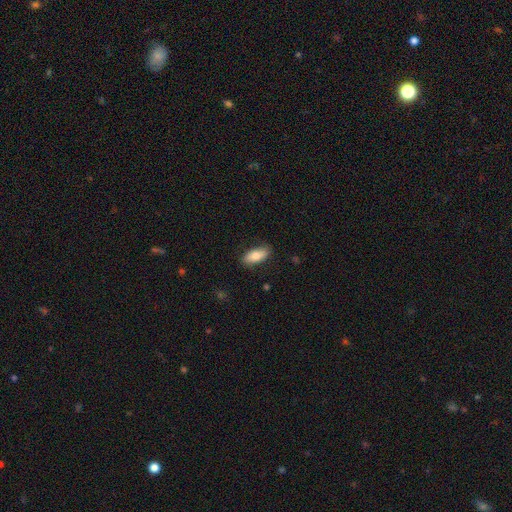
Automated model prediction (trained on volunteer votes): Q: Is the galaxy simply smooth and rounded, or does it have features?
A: smooth — 79%.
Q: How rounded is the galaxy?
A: in between — 85%.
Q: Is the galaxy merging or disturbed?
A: none — 85%.